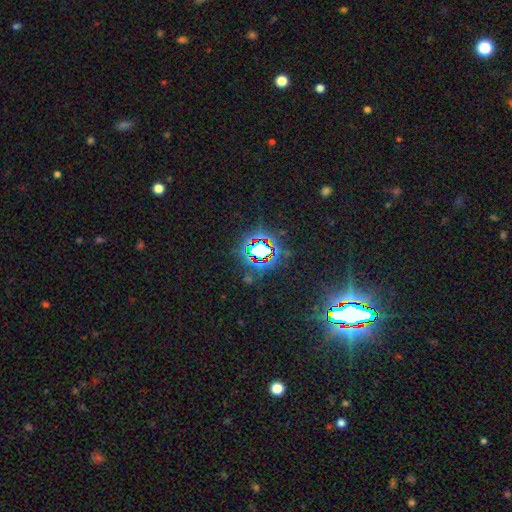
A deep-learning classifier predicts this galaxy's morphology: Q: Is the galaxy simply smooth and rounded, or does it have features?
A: star or artifact — 84%.